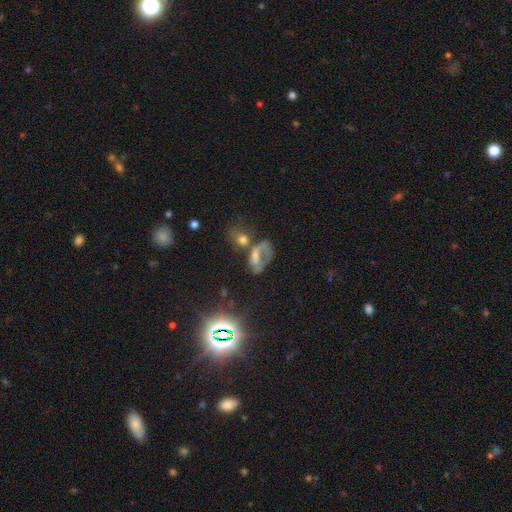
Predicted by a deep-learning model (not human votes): featured or disk 41%, star or artifact 31%, smooth 28%. Down the decision tree: merging — merger (33%).